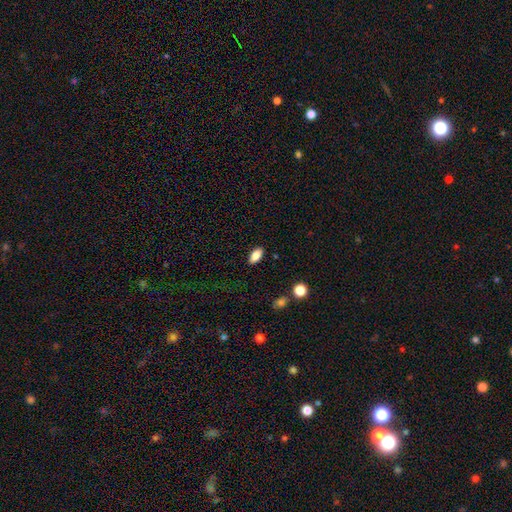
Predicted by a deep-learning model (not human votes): Morphology: type=smooth (81%); roundness=in between (90%); merging=none (89%).